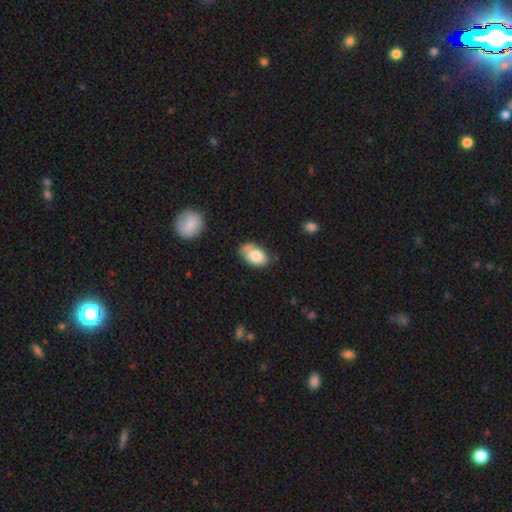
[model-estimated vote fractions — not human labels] Morphology: type=smooth (78%); roundness=in between (91%); merging=none (55%).